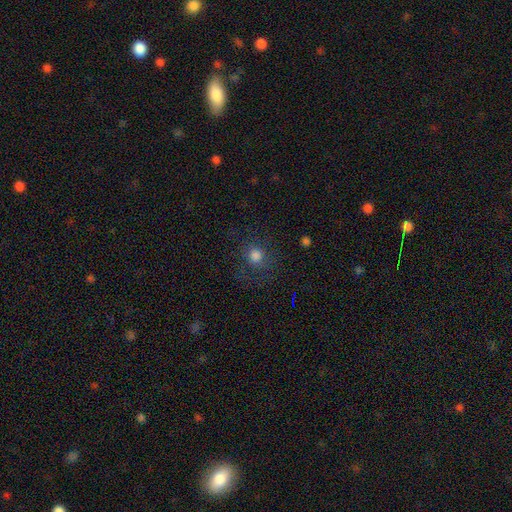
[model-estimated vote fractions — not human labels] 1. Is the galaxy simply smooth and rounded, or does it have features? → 75% smooth, 14% star or artifact, 11% featured or disk.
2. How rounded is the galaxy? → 88% round, 11% in between, 1% cigar-shaped.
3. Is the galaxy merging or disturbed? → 74% none, 14% minor disturbance, 11% major disturbance, 2% merger.